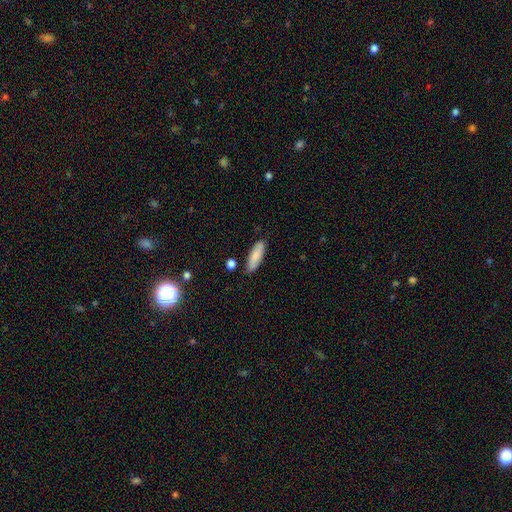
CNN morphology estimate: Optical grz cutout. It shows a smooth galaxy with no disk features (85%) that is in between round and cigar-shaped (52%). Merging: none (84%).